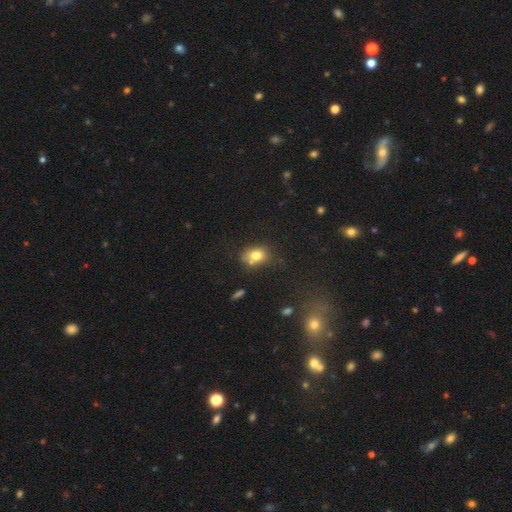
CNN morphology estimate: Q: Smooth or featured?
A: smooth (74%); runner-up: featured or disk (13%)
Q: How rounded?
A: in between (51%); runner-up: round (48%)
Q: Merging?
A: none (55%); runner-up: minor disturbance (19%)